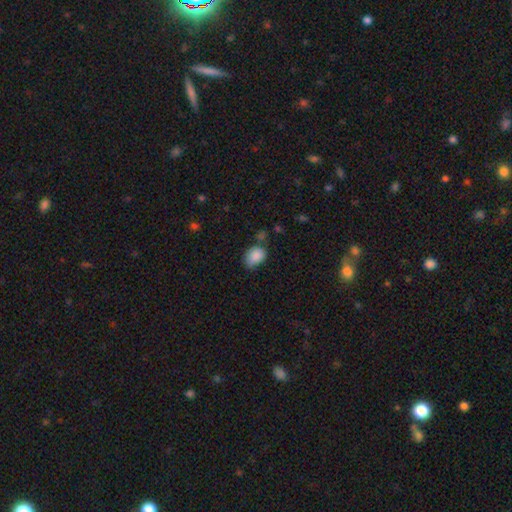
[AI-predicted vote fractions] Overall: smooth (87%). How rounded: in between (75%). Merging: none (55%; minor disturbance 30%).